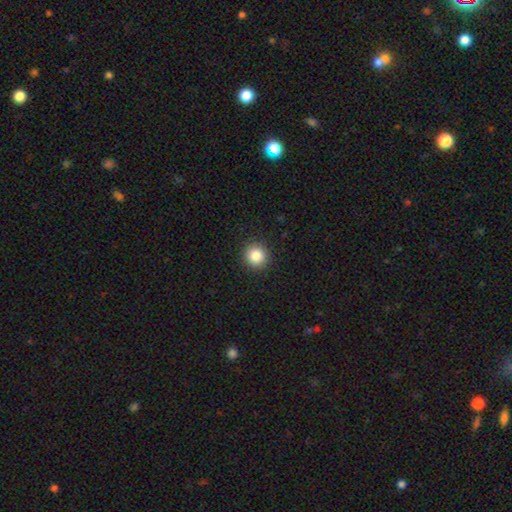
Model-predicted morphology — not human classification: smooth-or-featured: smooth: 85% | star or artifact: 10% | featured or disk: 5%
  how-rounded: round: 93% | in between: 6% | cigar-shaped: 1%
  merging: none: 92% | minor disturbance: 5% | major disturbance: 2% | merger: 1%